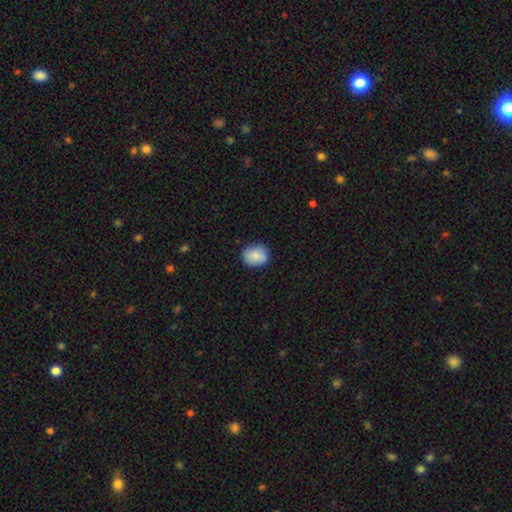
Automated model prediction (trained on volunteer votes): Morphology: type=smooth (83%); roundness=round (70%); merging=none (84%).